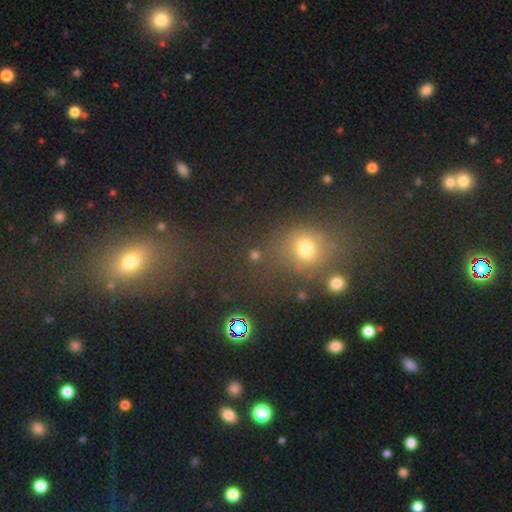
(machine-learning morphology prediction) Smooth or featured: smooth — 60% (star or artifact — 29%)
How rounded: round — 69% (in between — 28%)
Merging: none — 64% (minor disturbance — 13%)